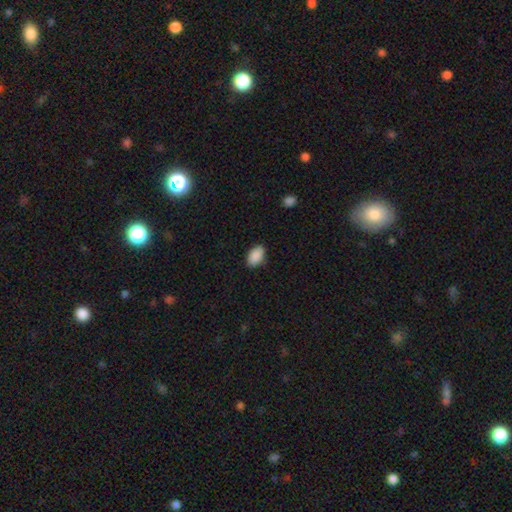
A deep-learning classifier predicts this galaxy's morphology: Smooth or featured? smooth (90%)
How rounded? in between (91%)
Merging? none (85%)